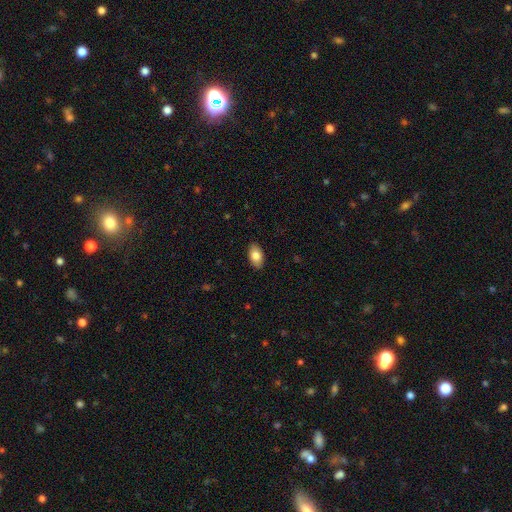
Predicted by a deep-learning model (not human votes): The model was most divided on "smooth or featured": smooth: 83%, featured or disk: 10%, star or artifact: 7%. More confident: how rounded — in between (93%); merging — none (89%).